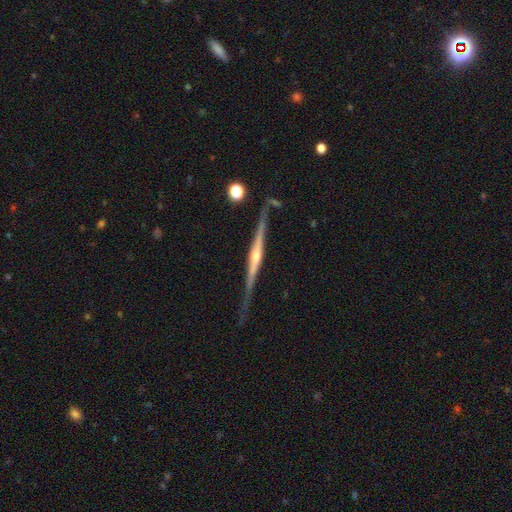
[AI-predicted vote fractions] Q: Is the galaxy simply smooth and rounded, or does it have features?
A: featured or disk — 85%.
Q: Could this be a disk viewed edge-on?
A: yes — 98%.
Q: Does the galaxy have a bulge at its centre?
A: rounded — 80%.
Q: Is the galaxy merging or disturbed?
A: none — 77%.